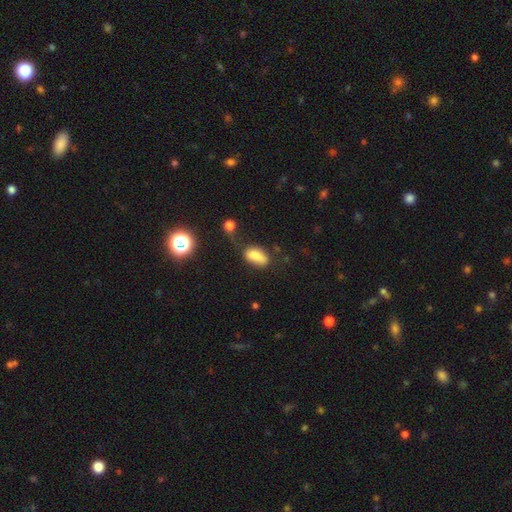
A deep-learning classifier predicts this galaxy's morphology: Smooth or featured?
  - smooth: 79% *
  - star or artifact: 11%
  - featured or disk: 10%
How rounded?
  - in between: 87% *
  - cigar-shaped: 7%
  - round: 6%
Merging?
  - none: 48% *
  - minor disturbance: 28%
  - major disturbance: 13%
  - merger: 11%